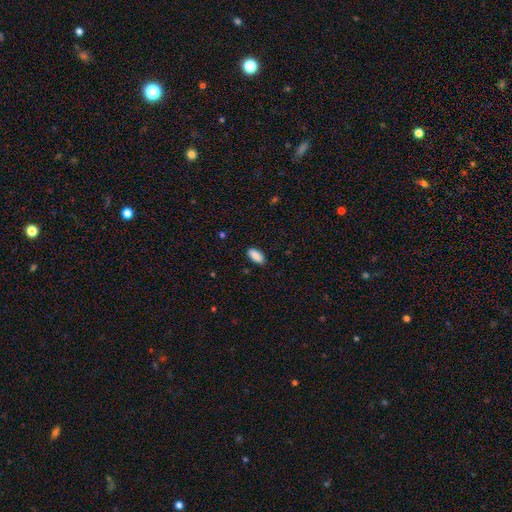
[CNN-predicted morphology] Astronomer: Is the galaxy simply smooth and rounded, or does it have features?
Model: smooth — 89%.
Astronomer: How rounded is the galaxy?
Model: in between — 88%.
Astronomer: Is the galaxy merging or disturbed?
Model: none — 83%.